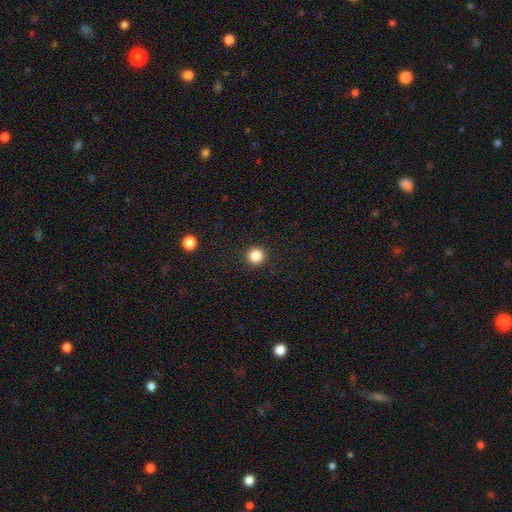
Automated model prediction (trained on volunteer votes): Q: Smooth or featured?
A: smooth (85%); runner-up: star or artifact (11%)
Q: How rounded?
A: round (95%); runner-up: in between (4%)
Q: Merging?
A: none (92%); runner-up: minor disturbance (5%)